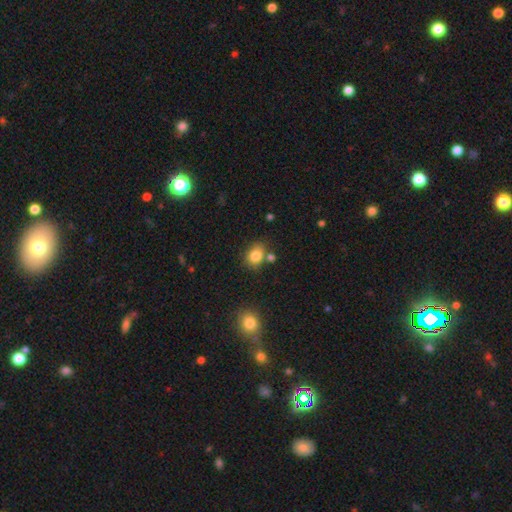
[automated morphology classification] Smooth or featured: smooth — 83% (star or artifact — 10%)
How rounded: in between — 58% (round — 41%)
Merging: none — 68% (minor disturbance — 17%)